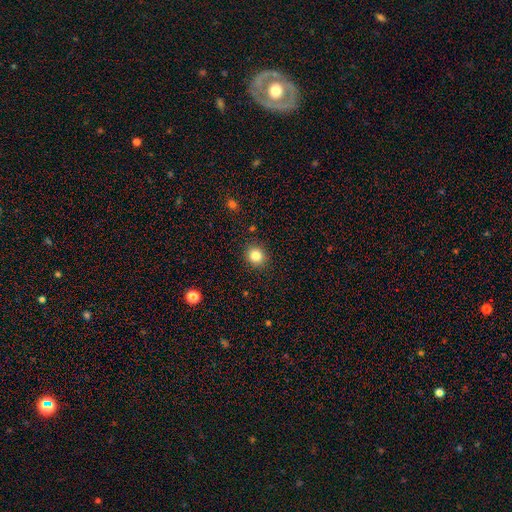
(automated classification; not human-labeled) smooth 83%, star or artifact 11%, featured or disk 6%. Down the decision tree: how rounded — round (86%); merging — none (90%).